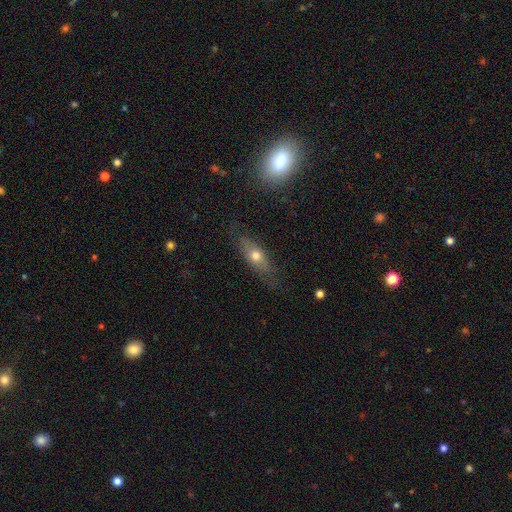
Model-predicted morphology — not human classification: smooth 60%, featured or disk 33%, star or artifact 8%. Down the decision tree: how rounded — in between (58%); merging — none (75%).